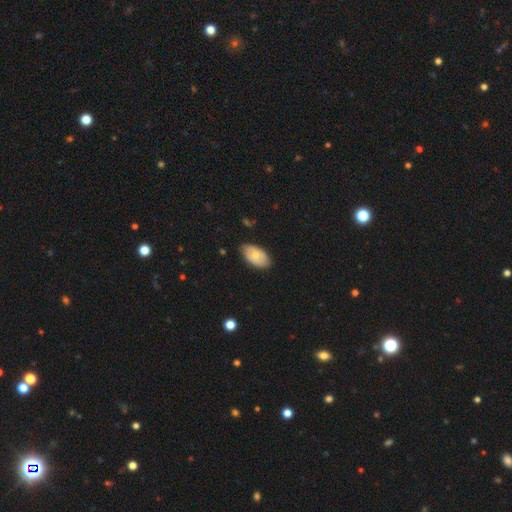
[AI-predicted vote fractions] This is possibly a smooth galaxy (56%). How rounded: clearly in between (93%). Merging: clearly none (81%).